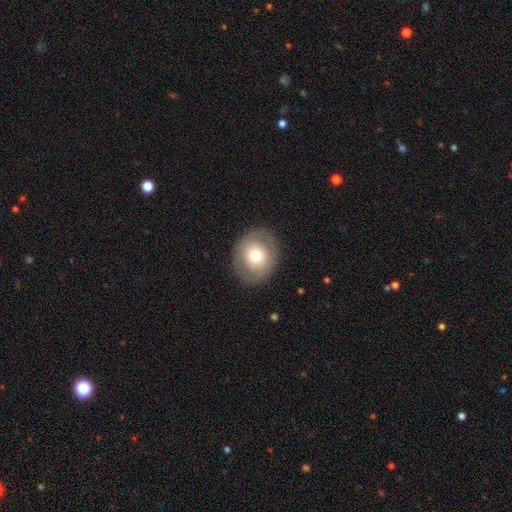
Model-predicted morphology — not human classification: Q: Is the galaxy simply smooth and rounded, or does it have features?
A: smooth — 62%.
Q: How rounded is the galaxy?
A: round — 64%.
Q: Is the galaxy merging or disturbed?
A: none — 85%.